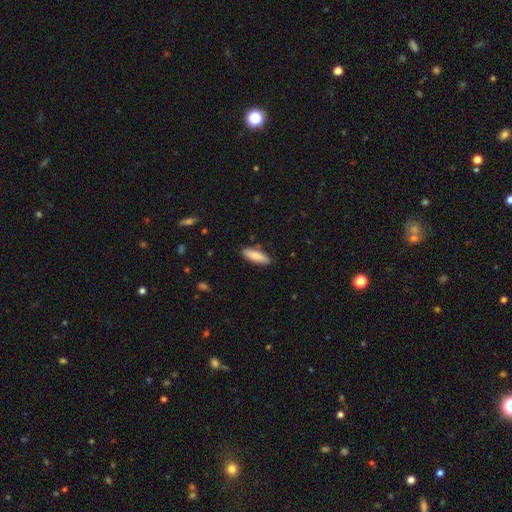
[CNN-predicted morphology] A smooth galaxy with no disk features (81%) that is in between round and cigar-shaped (53%). Merging: none (85%).